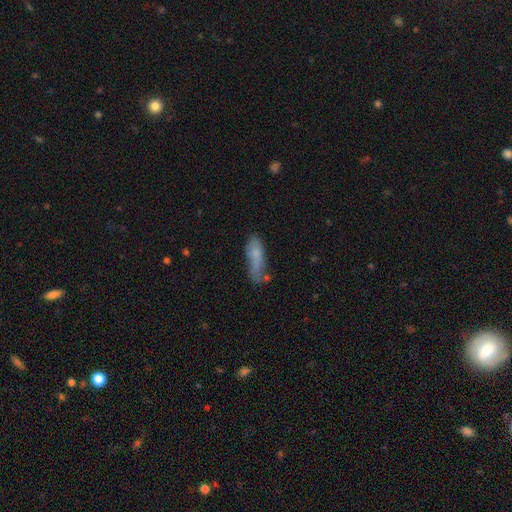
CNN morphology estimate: Overall: smooth (73%). How rounded: cigar-shaped (52%; in between 45%). Merging: none (43%; minor disturbance 30%).